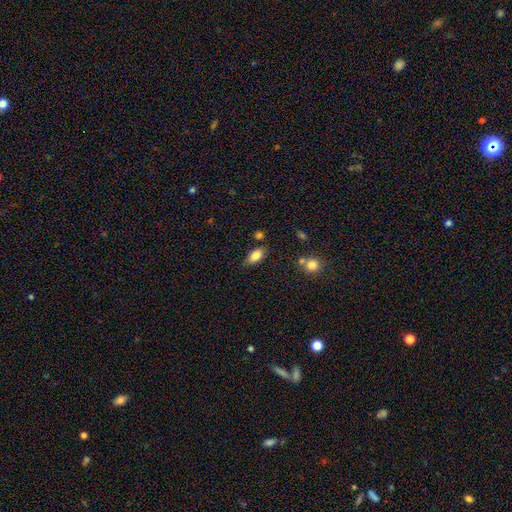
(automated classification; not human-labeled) The model was most divided on "merging": none: 71%, minor disturbance: 20%, merger: 5%, major disturbance: 4%. More confident: how rounded — in between (89%); smooth or featured — smooth (83%).